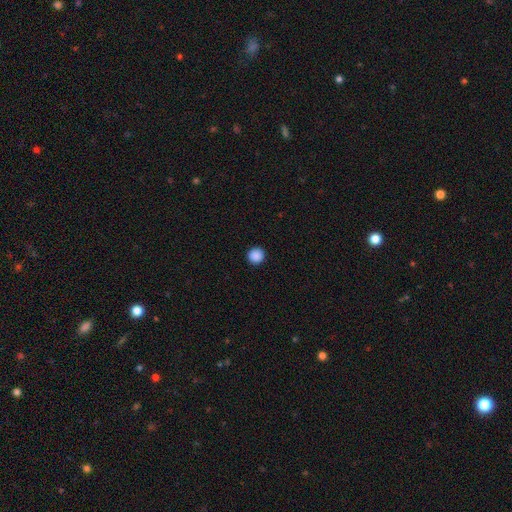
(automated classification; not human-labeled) Smooth or featured? Predicted: smooth (p=0.88). How rounded? Predicted: round (p=0.96). Merging? Predicted: none (p=0.94).